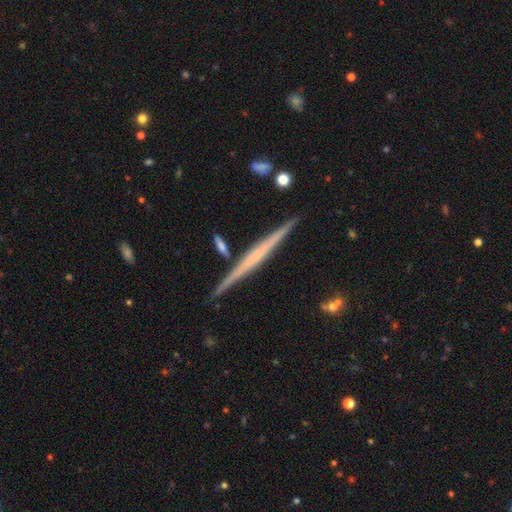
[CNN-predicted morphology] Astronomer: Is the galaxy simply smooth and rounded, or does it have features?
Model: featured or disk — 72%.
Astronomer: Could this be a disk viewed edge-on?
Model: yes — 98%.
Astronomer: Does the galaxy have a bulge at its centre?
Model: none — 65%.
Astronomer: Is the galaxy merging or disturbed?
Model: none — 89%.